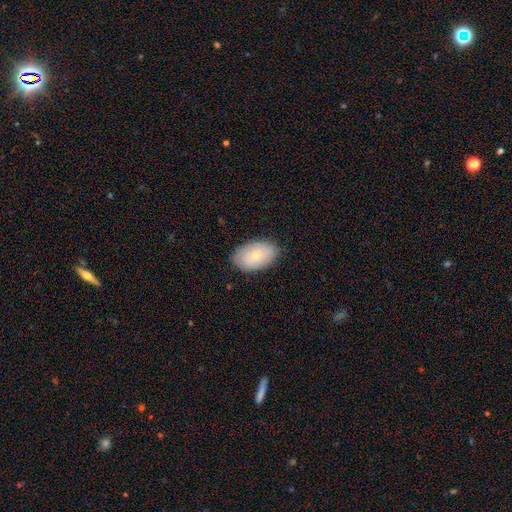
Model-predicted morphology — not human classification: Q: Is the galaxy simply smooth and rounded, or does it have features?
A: smooth — 68%.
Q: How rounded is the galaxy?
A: in between — 92%.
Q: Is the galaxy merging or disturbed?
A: none — 84%.